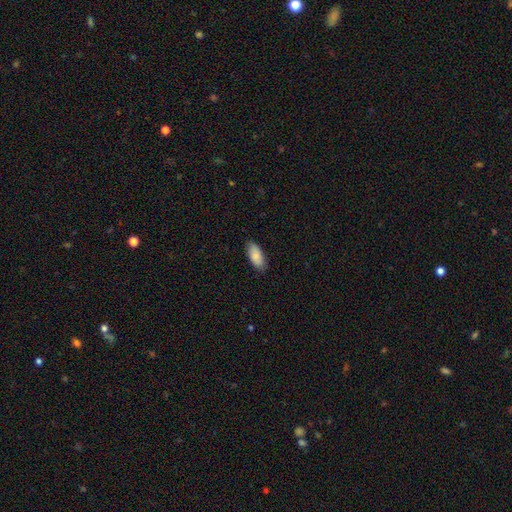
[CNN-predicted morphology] type=smooth (86%); roundness=in between (88%); merging=none (84%).